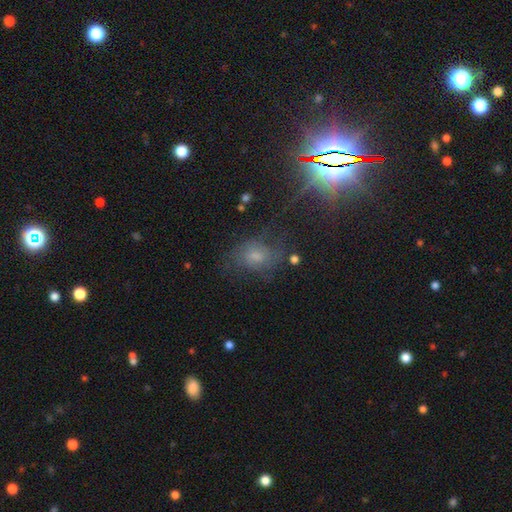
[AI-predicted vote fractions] star or artifact 41%, smooth 33%, featured or disk 26%.